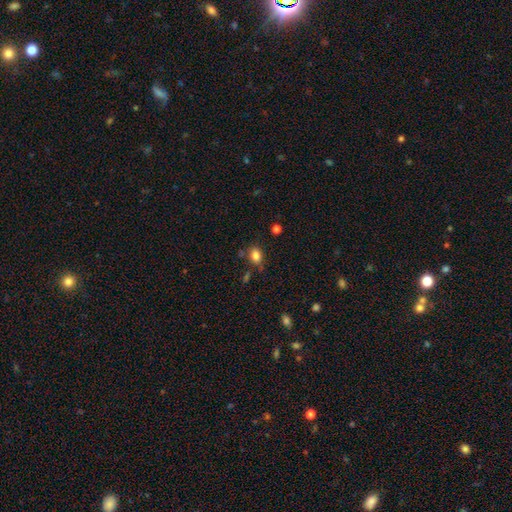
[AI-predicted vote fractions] Q: Smooth or featured?
A: smooth (83%); runner-up: star or artifact (11%)
Q: How rounded?
A: in between (71%); runner-up: round (27%)
Q: Merging?
A: none (69%); runner-up: minor disturbance (20%)